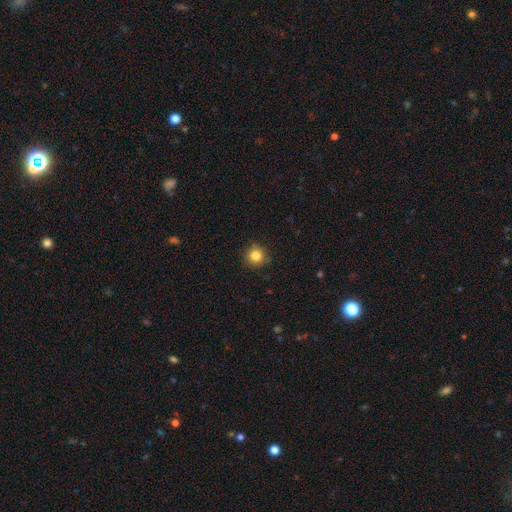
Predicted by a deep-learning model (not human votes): The model was most divided on "smooth or featured": smooth: 83%, star or artifact: 11%, featured or disk: 6%. More confident: how rounded — round (94%); merging — none (86%).